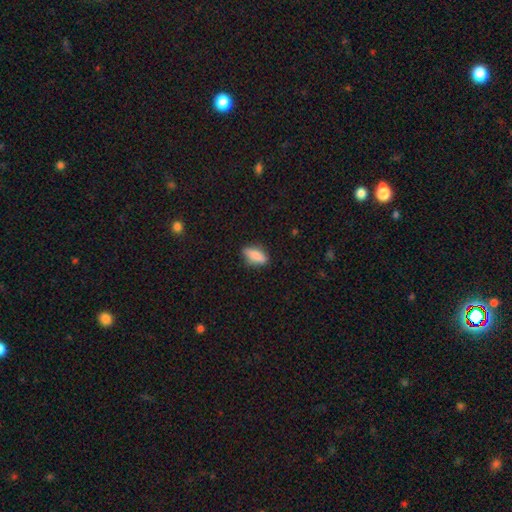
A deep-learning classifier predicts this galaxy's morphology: Smooth or featured? smooth (78%)
How rounded? in between (71%)
Merging? none (80%)